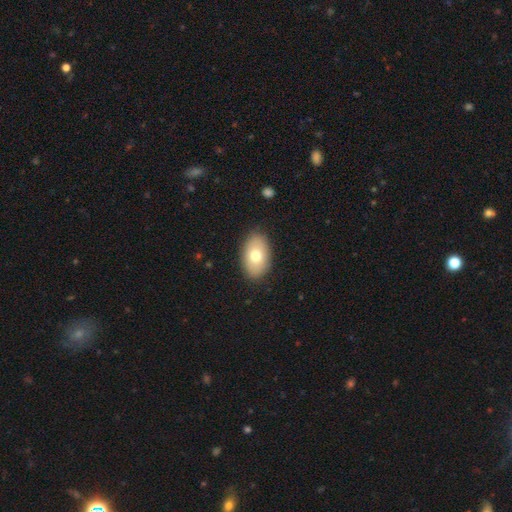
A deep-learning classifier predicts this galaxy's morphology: This appears to be a smooth galaxy with no disk features (72%) that is in between round and cigar-shaped (91%). Merging: none (87%).